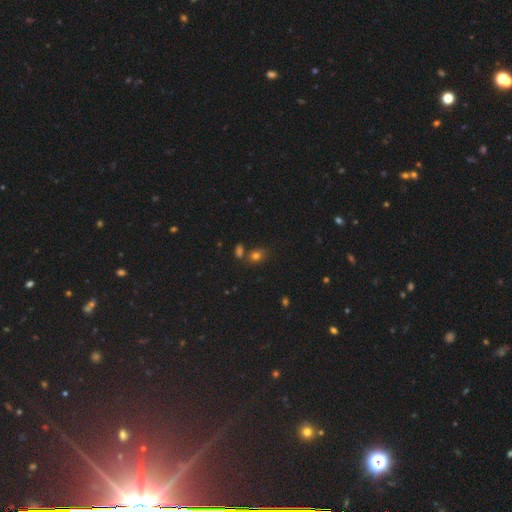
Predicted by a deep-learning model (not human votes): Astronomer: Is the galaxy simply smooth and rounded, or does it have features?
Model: smooth — 74%.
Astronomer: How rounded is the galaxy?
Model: in between — 57% (runner-up: round, 41%).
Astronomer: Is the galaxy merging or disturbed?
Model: none — 64%.